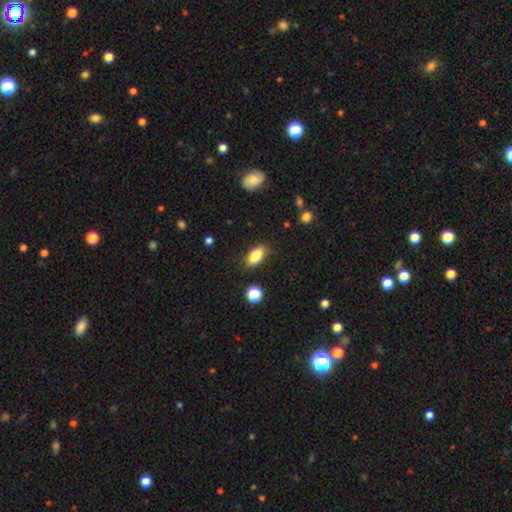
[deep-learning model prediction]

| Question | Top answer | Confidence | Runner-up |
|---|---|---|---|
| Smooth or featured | smooth | 83% | featured or disk (9%) |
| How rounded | in between | 88% | round (7%) |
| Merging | none | 79% | minor disturbance (16%) |